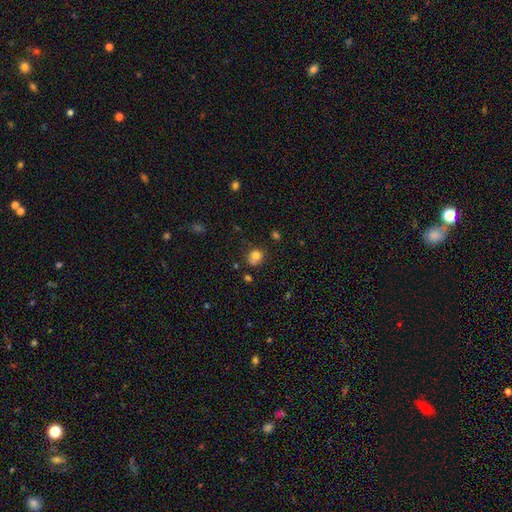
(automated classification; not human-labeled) This appears to be a smooth galaxy with no disk features (77%) that is round (73%). Merging: none (58%).